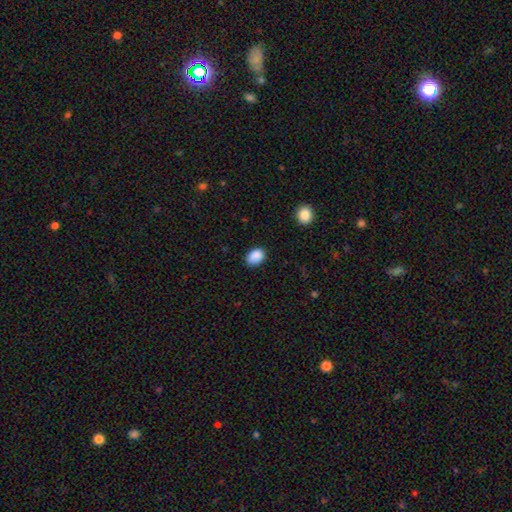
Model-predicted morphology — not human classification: smooth-or-featured: smooth: 89% | star or artifact: 8% | featured or disk: 3%
  how-rounded: in between: 75% | round: 24% | cigar-shaped: 1%
  merging: none: 80% | minor disturbance: 16% | major disturbance: 3% | merger: 1%